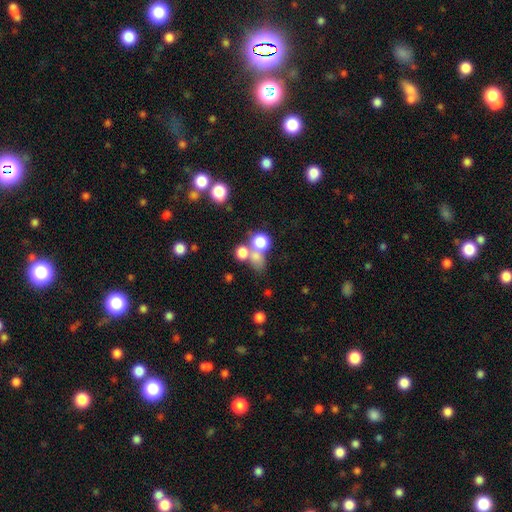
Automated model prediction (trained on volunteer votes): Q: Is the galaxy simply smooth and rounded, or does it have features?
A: smooth — 68%.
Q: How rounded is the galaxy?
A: round — 73%.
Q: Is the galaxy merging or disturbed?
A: none — 43%.